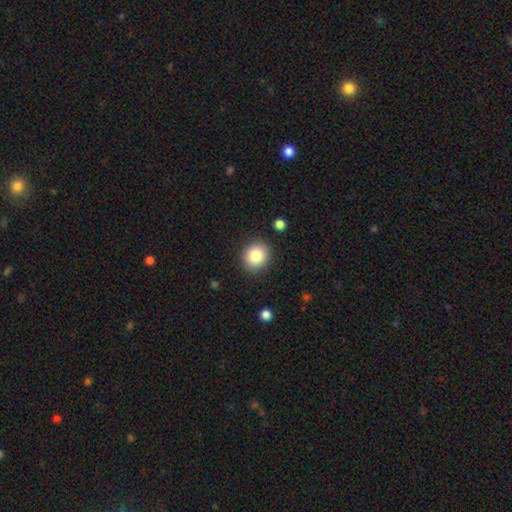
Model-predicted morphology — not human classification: This appears to be a smooth galaxy with no disk features (84%) that is round (76%). Merging: none (89%).